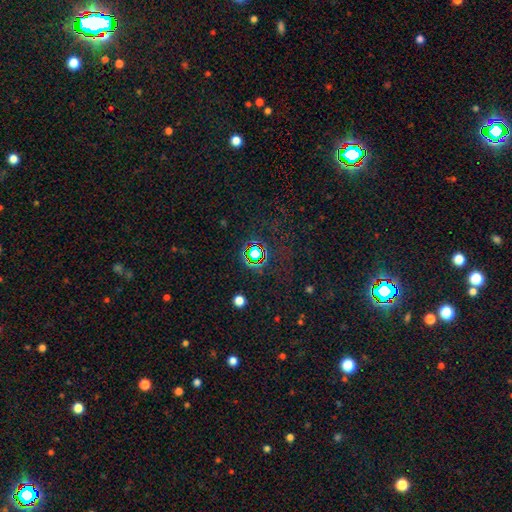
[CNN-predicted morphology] A star or artifact, not a galaxy (72%).